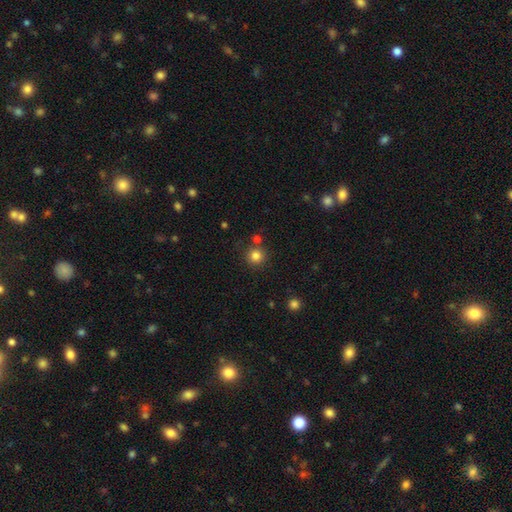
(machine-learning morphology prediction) The model was most divided on "merging": none: 79%, merger: 10%, minor disturbance: 8%, major disturbance: 3%. More confident: how rounded — round (94%); smooth or featured — smooth (82%).